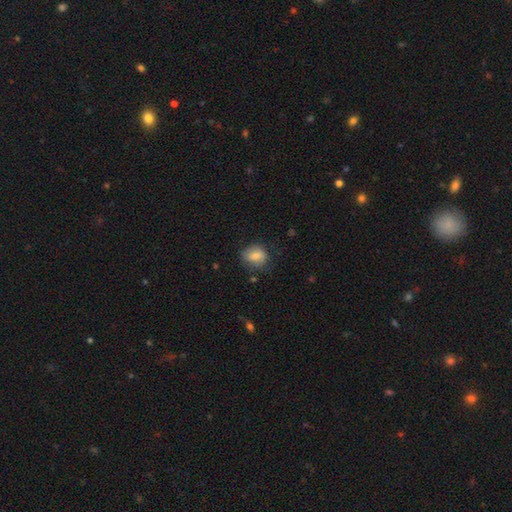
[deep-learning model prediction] Smooth or featured: smooth — 75% (featured or disk — 17%)
How rounded: round — 51% (in between — 47%)
Merging: none — 67% (minor disturbance — 23%)